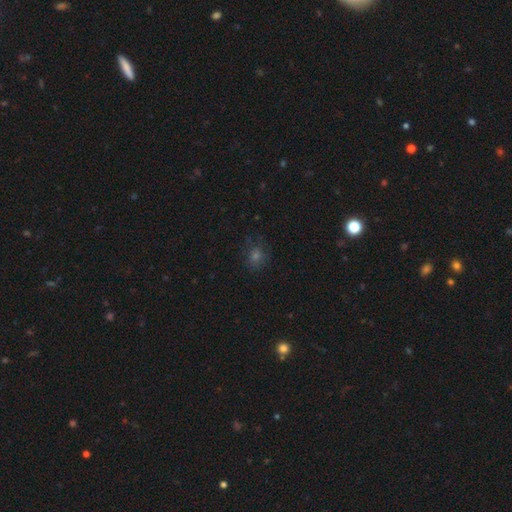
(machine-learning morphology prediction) This is possibly a smooth galaxy (56%). How rounded: likely round (72%). Merging: likely none (79%).